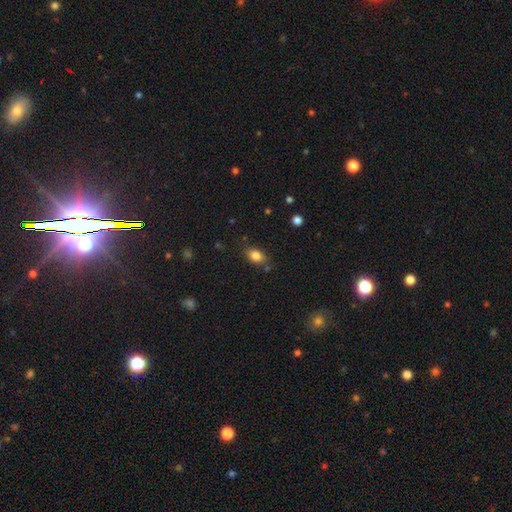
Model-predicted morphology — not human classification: type=smooth (83%); roundness=in between (78%); merging=none (78%).